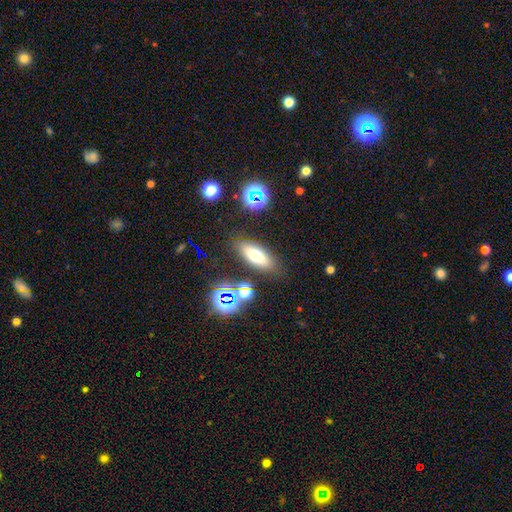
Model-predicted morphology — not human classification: A smooth galaxy with no disk features (65%) that is in between round and cigar-shaped (73%).

Vote fractions:
- Smooth or featured? smooth: 65% / featured or disk: 20% / star or artifact: 16%
- How rounded? in between: 73% / cigar-shaped: 22% / round: 5%
- Merging? none: 83% / minor disturbance: 10% / major disturbance: 4% / merger: 3%